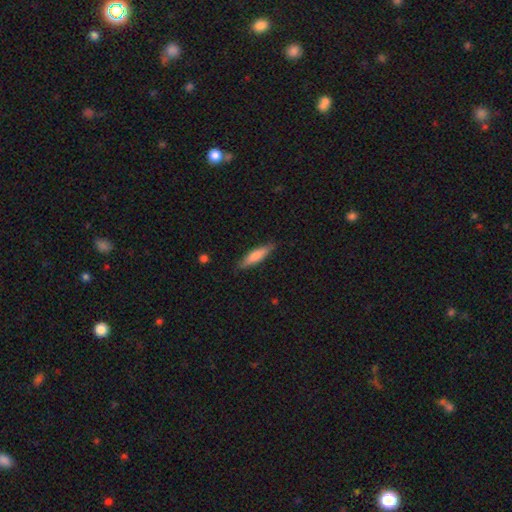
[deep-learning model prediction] Smooth or featured?
  - smooth: 74% *
  - featured or disk: 21%
  - star or artifact: 6%
How rounded?
  - cigar-shaped: 74% *
  - in between: 25%
  - round: 1%
Merging?
  - none: 84% *
  - minor disturbance: 12%
  - major disturbance: 2%
  - merger: 1%